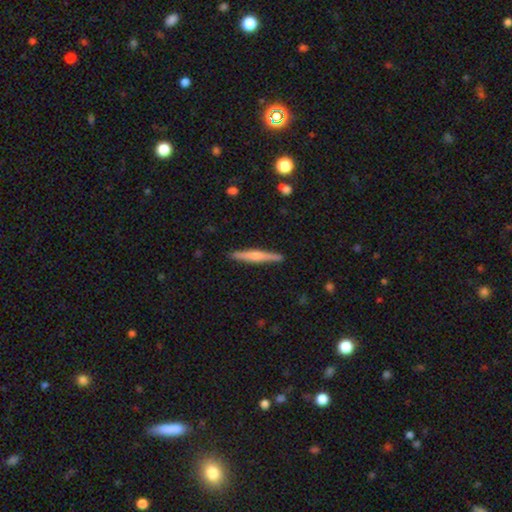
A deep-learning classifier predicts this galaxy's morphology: The model was most divided on "smooth or featured": featured or disk: 50%, smooth: 45%, star or artifact: 6%. More confident: merging — none (90%).